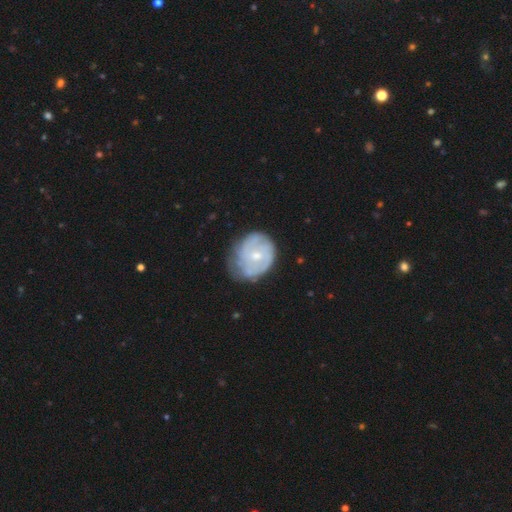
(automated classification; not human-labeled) Overall: featured or disk (64%; smooth 30%). Edge-on disk: no (98%). Bar: no (60%; weak 35%). Spiral arms: yes (72%). Bulge size: small (52%; moderate 43%). Merging: none (56%; minor disturbance 31%).